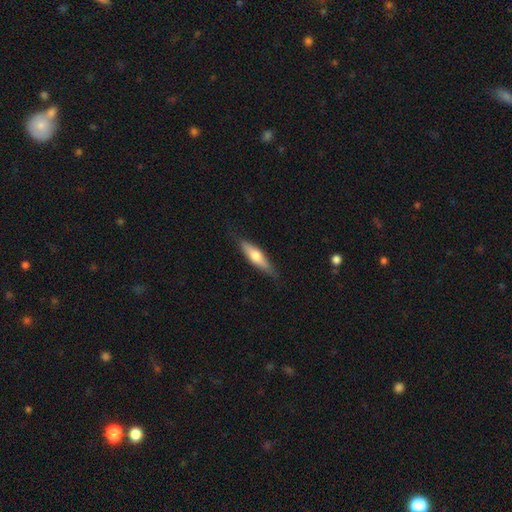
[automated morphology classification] smooth_or_featured: smooth (p=0.56) [alt: featured or disk p=0.38]
how_rounded: cigar-shaped (p=0.66) [alt: in between p=0.32]
merging: none (p=0.81) [alt: minor disturbance p=0.15]